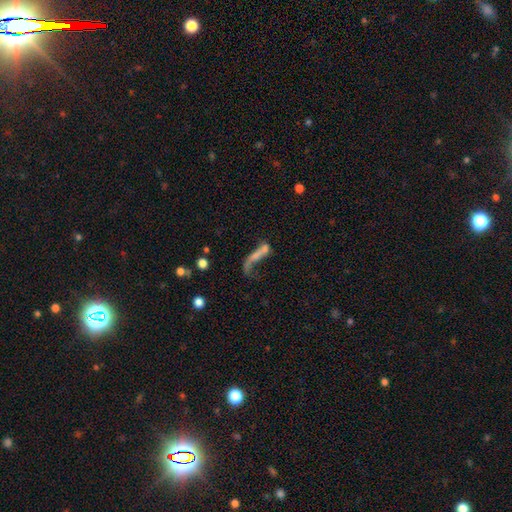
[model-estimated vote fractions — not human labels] featured or disk 47%, smooth 38%, star or artifact 15%. Down the decision tree: merging — major disturbance (34%).